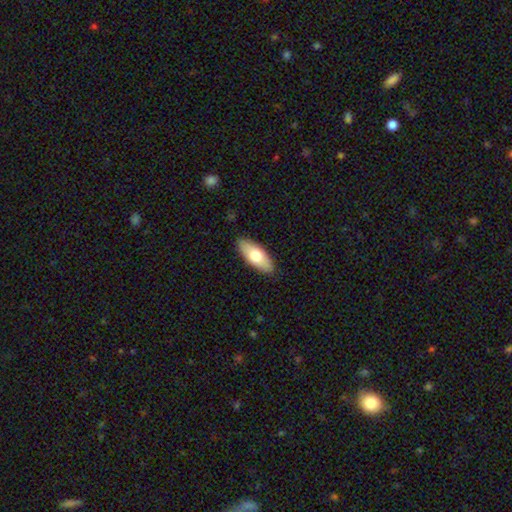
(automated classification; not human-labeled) This is likely a smooth galaxy (72%). How rounded: clearly in between (81%). Merging: clearly none (88%).